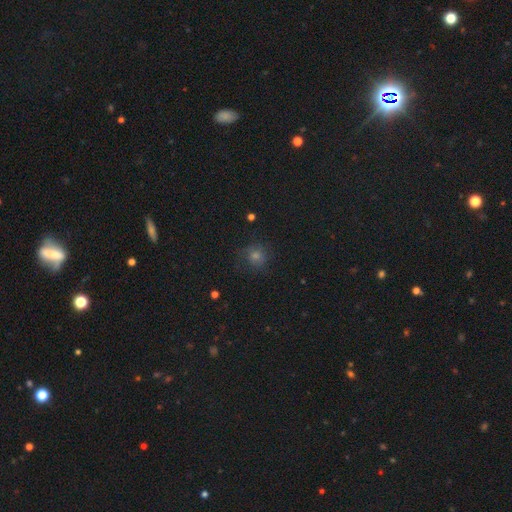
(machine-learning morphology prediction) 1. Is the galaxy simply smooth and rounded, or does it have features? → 56% smooth, 32% star or artifact, 13% featured or disk.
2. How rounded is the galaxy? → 89% round, 9% in between, 1% cigar-shaped.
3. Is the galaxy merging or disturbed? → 78% none, 14% minor disturbance, 6% major disturbance, 1% merger.